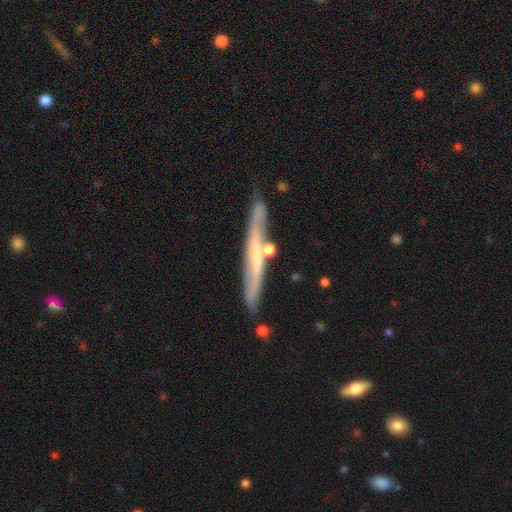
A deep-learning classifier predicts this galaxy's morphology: Overall: featured or disk (60%; smooth 33%). Edge-on disk: yes (86%). Edge-on bulge: none (71%). Merging: none (77%).